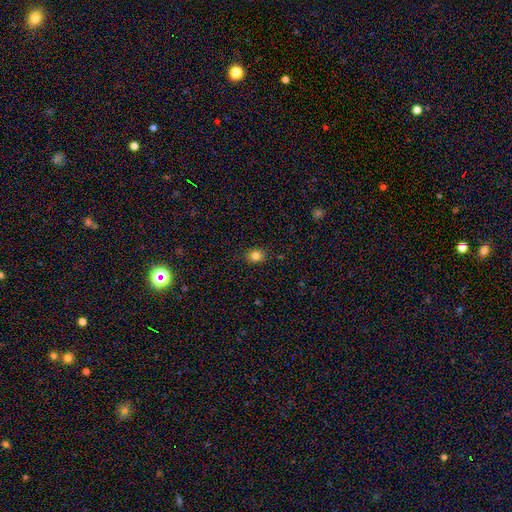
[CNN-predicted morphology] A smooth galaxy with no disk features (83%) that is round (63%).

Vote fractions:
- Smooth or featured? smooth: 83% / star or artifact: 12% / featured or disk: 6%
- How rounded? round: 63% / in between: 36% / cigar-shaped: 1%
- Merging? none: 88% / minor disturbance: 9% / major disturbance: 2% / merger: 1%